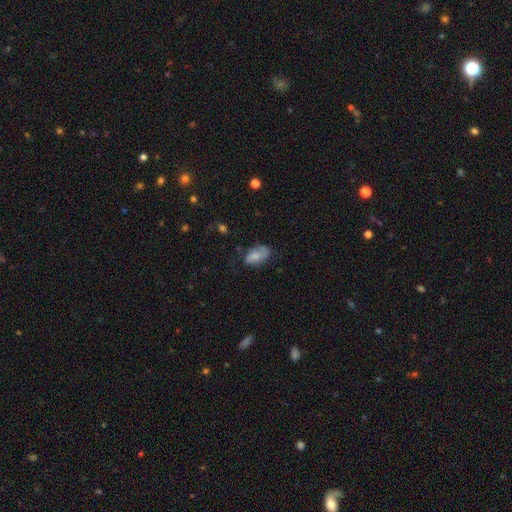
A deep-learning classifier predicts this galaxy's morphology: smooth 65%, featured or disk 26%, star or artifact 8%. Down the decision tree: how rounded — in between (92%); merging — none (56%).